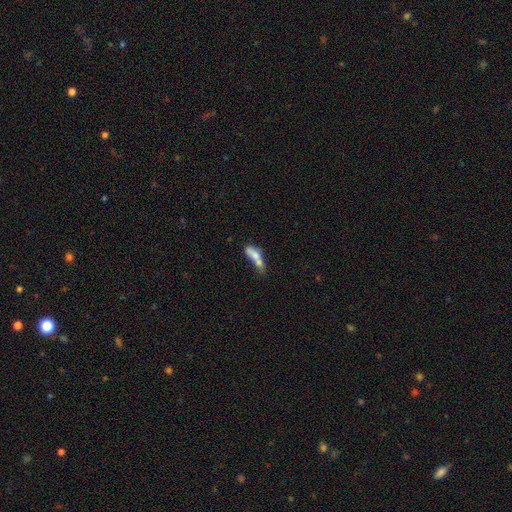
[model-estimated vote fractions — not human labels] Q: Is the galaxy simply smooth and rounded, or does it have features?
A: smooth — 65%.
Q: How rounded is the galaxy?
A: in between — 54%.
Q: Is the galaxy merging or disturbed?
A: merger — 54%.